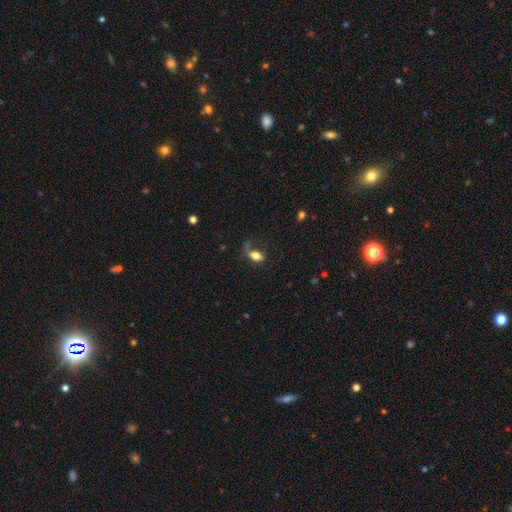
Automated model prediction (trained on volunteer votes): Overall: smooth (74%). How rounded: in between (83%). Merging: none (42%; major disturbance 28%).